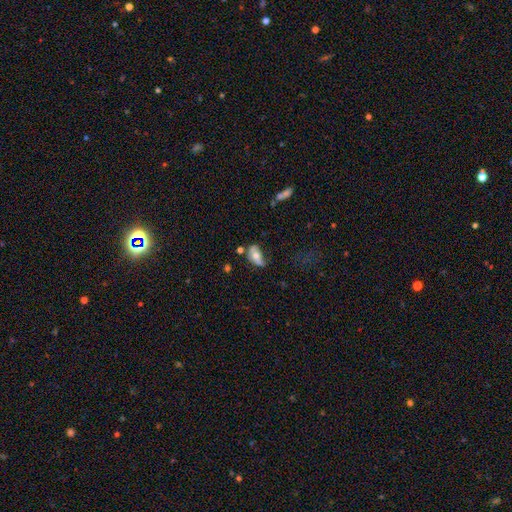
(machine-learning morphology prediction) smooth_or_featured: smooth (p=0.56) [alt: featured or disk p=0.35]
how_rounded: in between (p=0.89) [alt: round p=0.07]
merging: none (p=0.36) [alt: minor disturbance p=0.33]